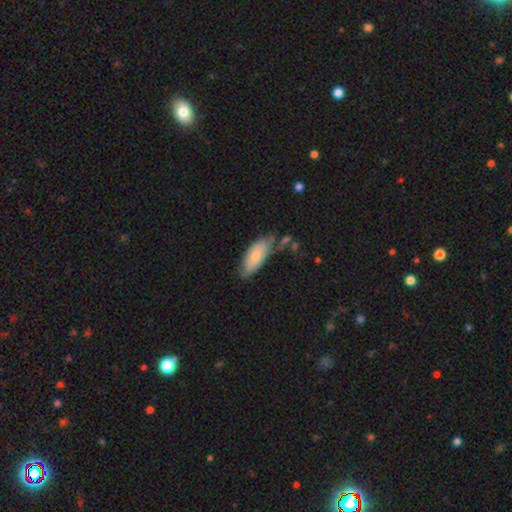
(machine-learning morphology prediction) Smooth or featured? Predicted: smooth (p=0.76). How rounded? Predicted: in between (p=0.80). Merging? Predicted: none (p=0.59).